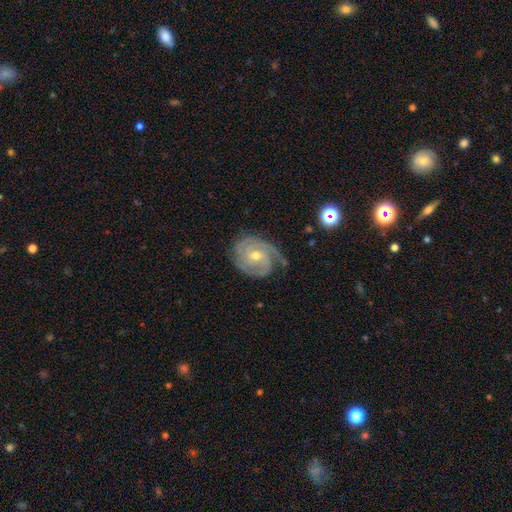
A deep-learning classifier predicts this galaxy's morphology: smooth-or-featured: featured or disk: 88% | smooth: 7% | star or artifact: 5%
  disk-edge-on: no: 97% | yes: 3%
    bar: no: 60% | weak: 33% | strong: 7%
    has-spiral-arms: yes: 97% | no: 3%
      spiral-winding: tight: 66% | medium: 28% | loose: 7%
      spiral-arm-count: 2: 33% | 3: 30% | can't tell: 18% | 1: 9% | 4: 6% | more than 4: 4%
    bulge-size: moderate: 55% | small: 42% | large: 1% | none: 1% | dominant: 1%
  merging: none: 65% | minor disturbance: 23% | major disturbance: 10% | merger: 2%